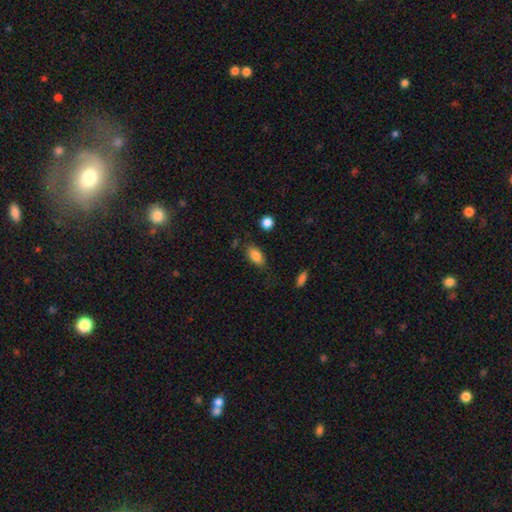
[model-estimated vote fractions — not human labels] This is clearly a smooth galaxy (84%). How rounded: clearly in between (89%). Merging: likely none (74%).